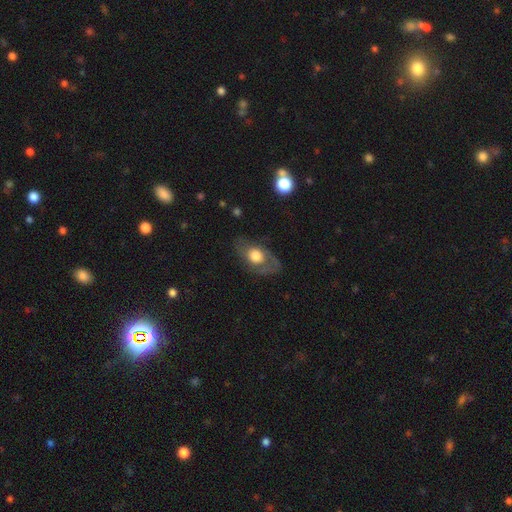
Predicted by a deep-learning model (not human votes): This is possibly a smooth galaxy (47%). Merging: likely none (68%).